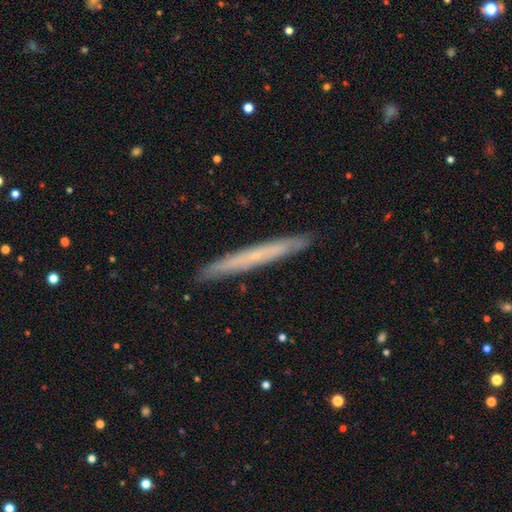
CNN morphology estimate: The model was most divided on "smooth or featured": featured or disk: 48%, smooth: 44%, star or artifact: 8%. More confident: merging — none (90%).